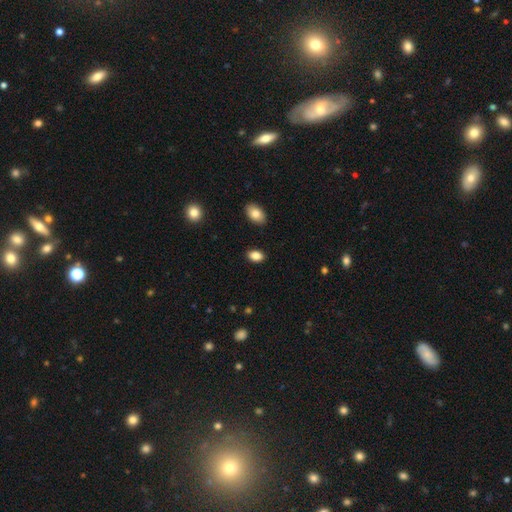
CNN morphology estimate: smooth_or_featured: smooth (p=0.87) [alt: star or artifact p=0.08]
how_rounded: in between (p=0.88) [alt: round p=0.10]
merging: none (p=0.88) [alt: minor disturbance p=0.08]